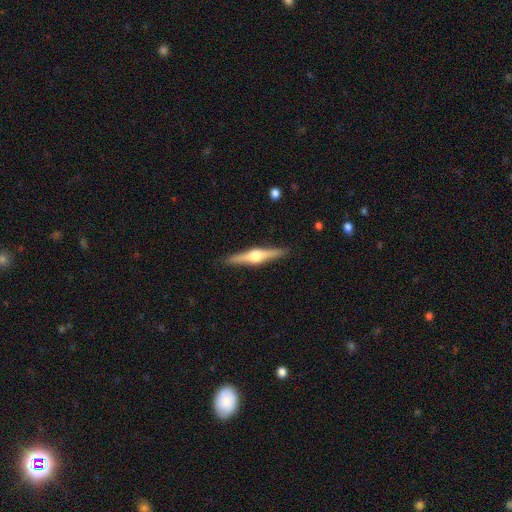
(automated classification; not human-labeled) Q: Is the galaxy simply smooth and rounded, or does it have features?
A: featured or disk — 75%.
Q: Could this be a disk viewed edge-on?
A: yes — 98%.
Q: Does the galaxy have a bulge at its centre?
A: rounded — 94%.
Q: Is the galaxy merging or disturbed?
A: none — 91%.